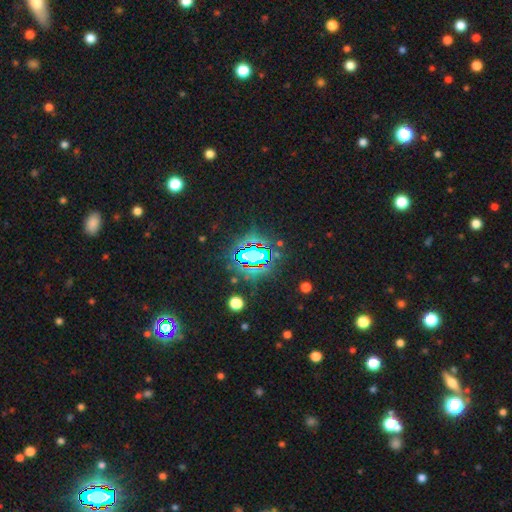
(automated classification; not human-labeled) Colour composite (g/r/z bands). It shows a star or artifact, not a galaxy (76%).